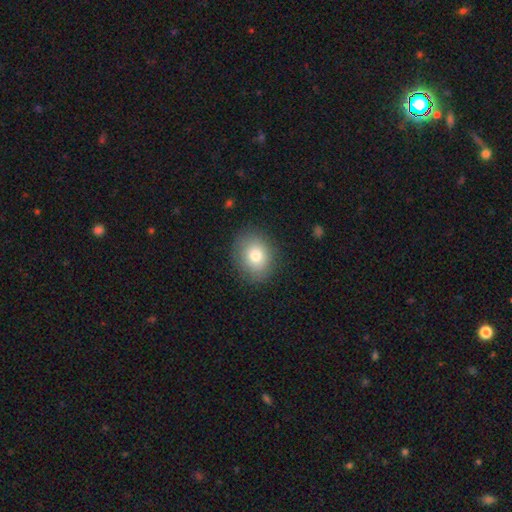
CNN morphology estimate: smooth 78%, featured or disk 12%, star or artifact 10%. Down the decision tree: how rounded — round (61%); merging — none (86%).